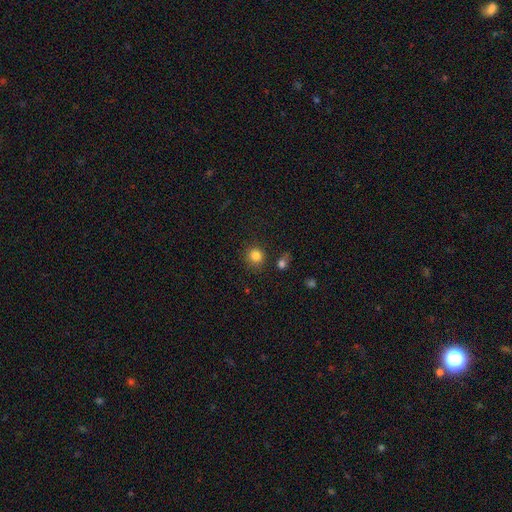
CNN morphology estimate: This is clearly a smooth galaxy (83%). How rounded: clearly round (88%). Merging: clearly none (82%).